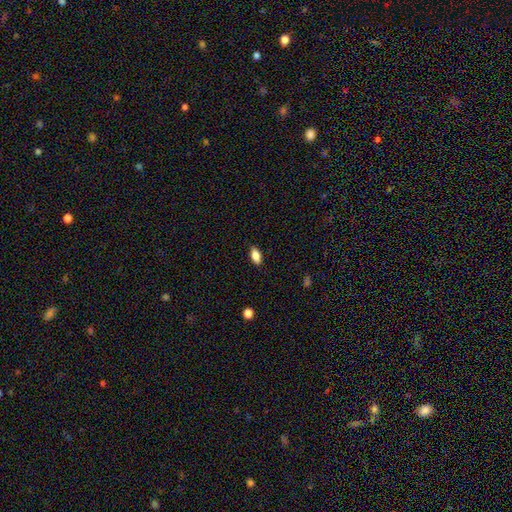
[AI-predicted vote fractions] smooth-or-featured: smooth: 86% | star or artifact: 8% | featured or disk: 6%
  how-rounded: in between: 90% | cigar-shaped: 6% | round: 4%
  merging: none: 87% | minor disturbance: 10% | major disturbance: 2% | merger: 1%